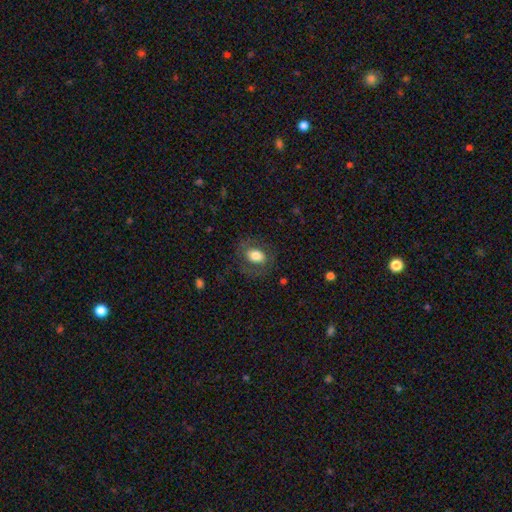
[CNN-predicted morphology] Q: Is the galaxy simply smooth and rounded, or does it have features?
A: smooth — 73%.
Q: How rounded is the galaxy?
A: in between — 70%.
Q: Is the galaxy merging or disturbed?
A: none — 76%.